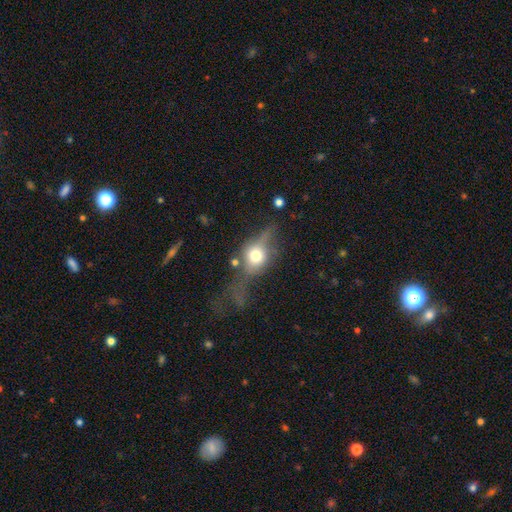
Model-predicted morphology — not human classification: type=smooth (45%, tied with featured or disk); merging=none (38%).